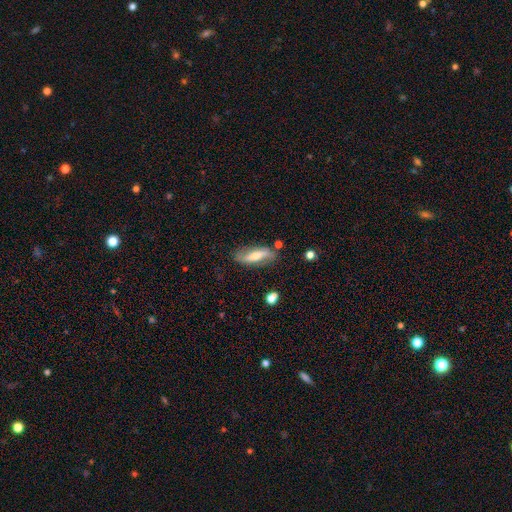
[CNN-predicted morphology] smooth_or_featured: featured or disk (p=0.59) [alt: smooth p=0.34]
disk_edge_on: no (p=0.69) [alt: yes p=0.31]
merging: none (p=0.76) [alt: minor disturbance p=0.17]